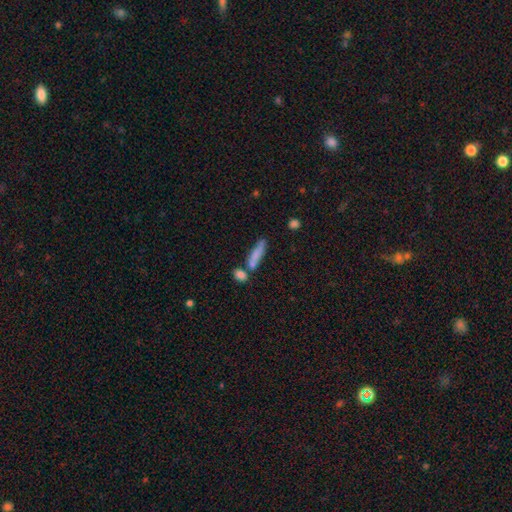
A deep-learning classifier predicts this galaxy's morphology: A smooth galaxy with no disk features (77%) that is cigar-shaped (71%). Merging: none (54%).